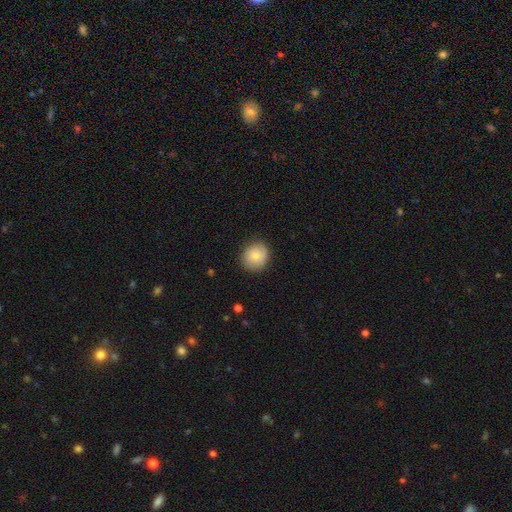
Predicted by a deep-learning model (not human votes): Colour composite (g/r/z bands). It shows a smooth galaxy with no disk features (77%) that is round (85%). Merging: none (83%).